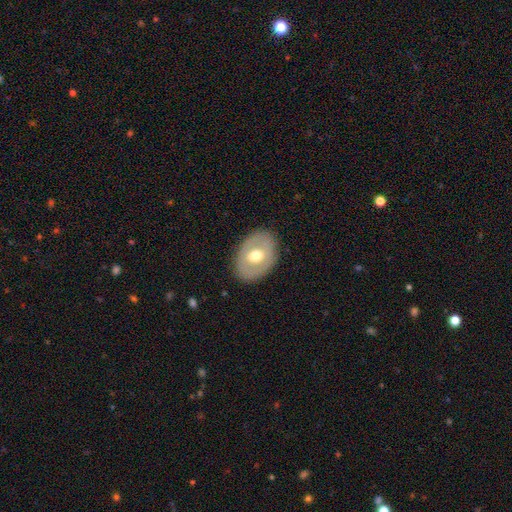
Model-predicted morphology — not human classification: smooth_or_featured: smooth (p=0.50) [alt: featured or disk p=0.44]
merging: none (p=0.85) [alt: minor disturbance p=0.11]